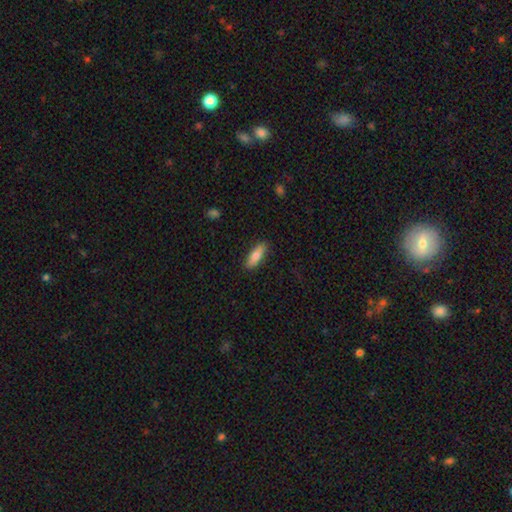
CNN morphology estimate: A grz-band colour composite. It shows a smooth galaxy with no disk features (78%) that is in between round and cigar-shaped (52%). Merging: none (88%).